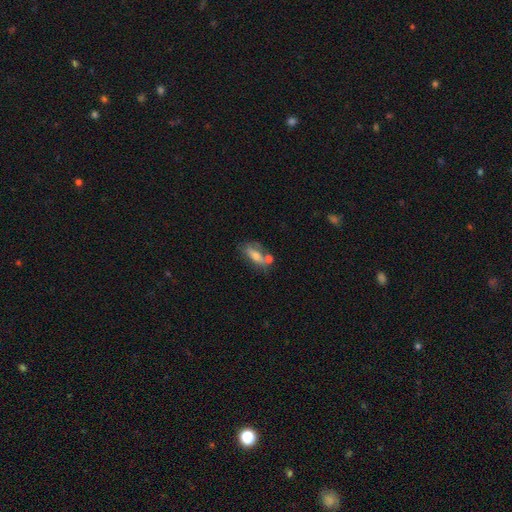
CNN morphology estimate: type=smooth (62%); roundness=in between (70%); merging=none (46%).